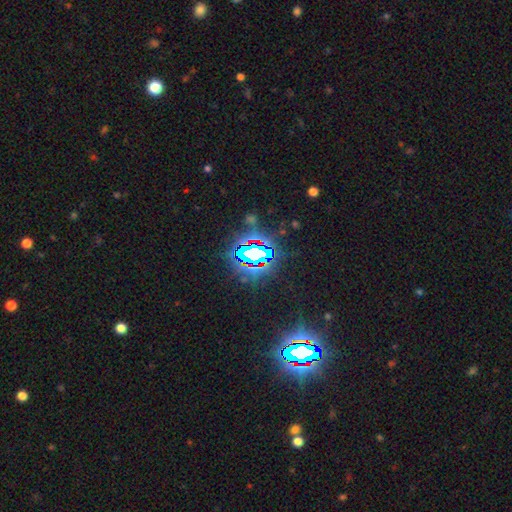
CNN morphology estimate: Smooth or featured?
  - star or artifact: 77% *
  - smooth: 12%
  - featured or disk: 11%